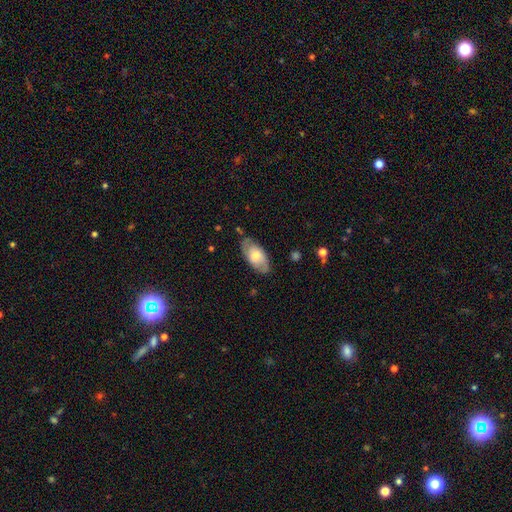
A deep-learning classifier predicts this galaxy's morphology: Smooth or featured? Predicted: smooth (p=0.56). How rounded? Predicted: in between (p=0.92). Merging? Predicted: none (p=0.74).